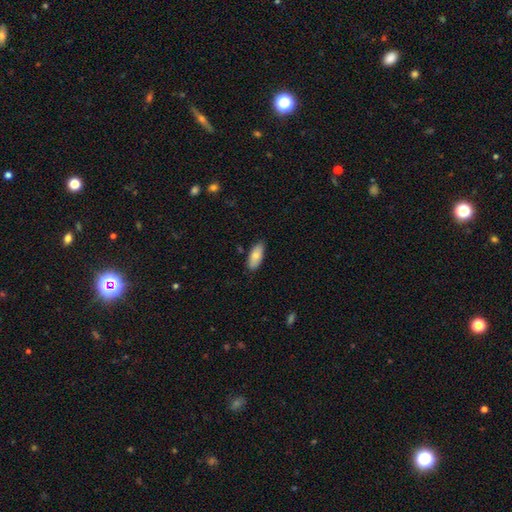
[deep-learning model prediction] Smooth or featured: smooth — 79% (featured or disk — 15%)
How rounded: in between — 84% (cigar-shaped — 14%)
Merging: none — 83% (minor disturbance — 13%)